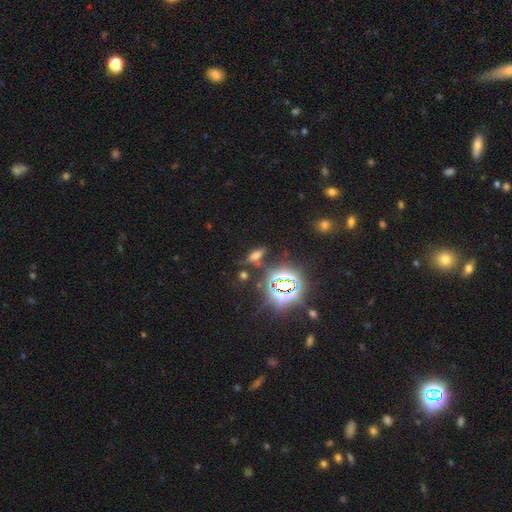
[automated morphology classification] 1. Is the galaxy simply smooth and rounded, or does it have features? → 44% smooth, 42% star or artifact, 13% featured or disk.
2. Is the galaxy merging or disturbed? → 70% none, 14% minor disturbance, 9% merger, 7% major disturbance.